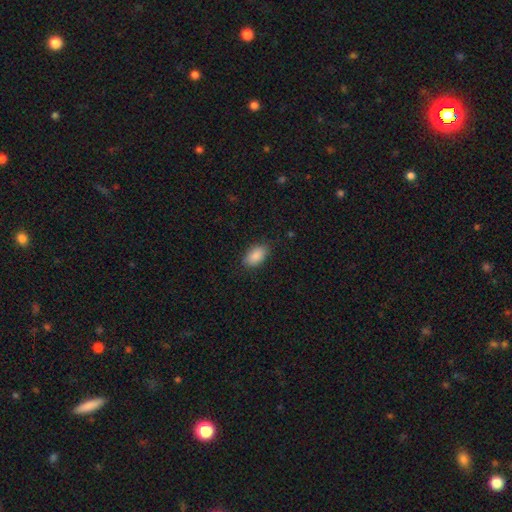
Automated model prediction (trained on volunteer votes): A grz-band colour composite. It shows a smooth galaxy with no disk features (89%) that is in between round and cigar-shaped (92%). Merging: none (84%).